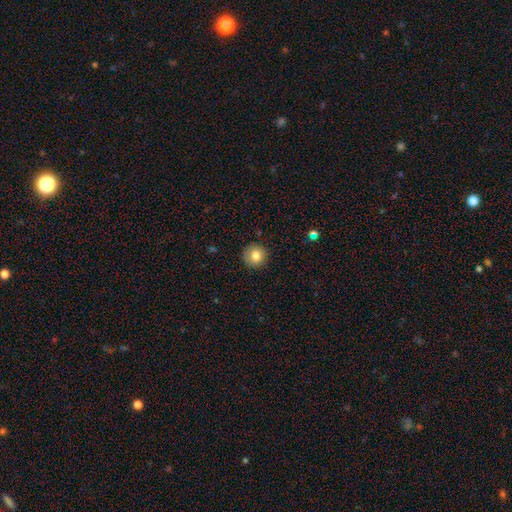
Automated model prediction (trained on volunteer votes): Smooth or featured: smooth — 81% (star or artifact — 10%)
How rounded: round — 95% (in between — 4%)
Merging: none — 91% (minor disturbance — 6%)